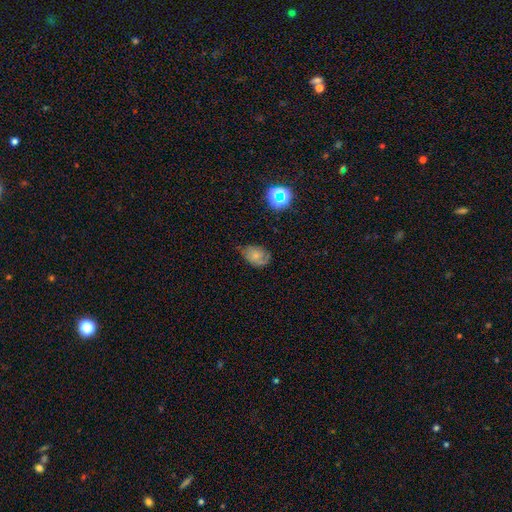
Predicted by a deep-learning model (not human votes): Overall: smooth (51%; featured or disk 35%). How rounded: in between (72%). Merging: none (56%; minor disturbance 31%).